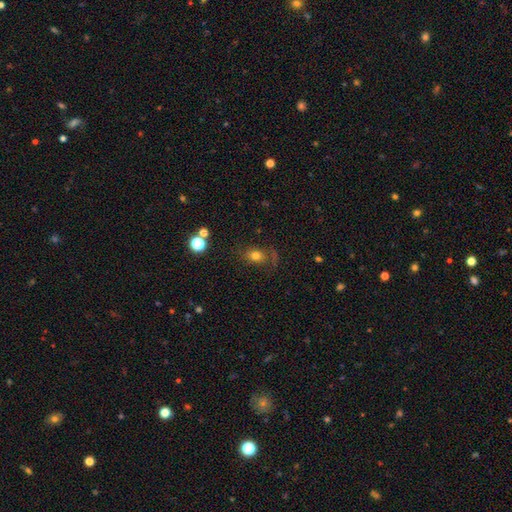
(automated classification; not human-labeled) Smooth or featured? smooth (68%)
How rounded? in between (54%)
Merging? none (60%)